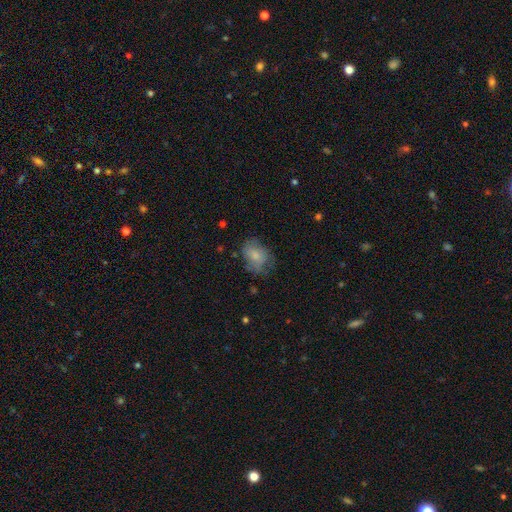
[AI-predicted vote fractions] smooth 71%, featured or disk 21%, star or artifact 9%. Down the decision tree: how rounded — in between (63%); merging — none (51%).